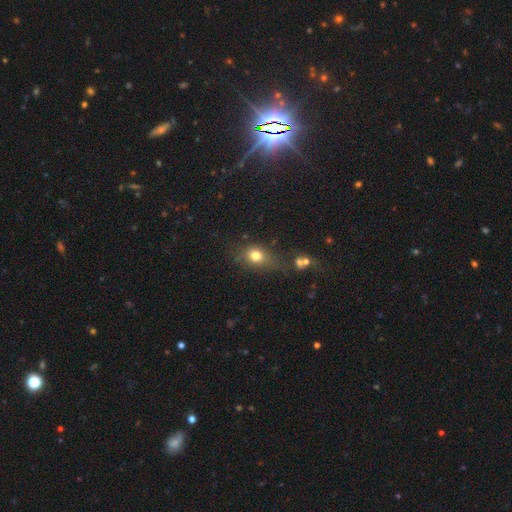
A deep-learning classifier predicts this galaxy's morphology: A smooth galaxy with no disk features (75%) that is round (51%). Merging: none (55%).